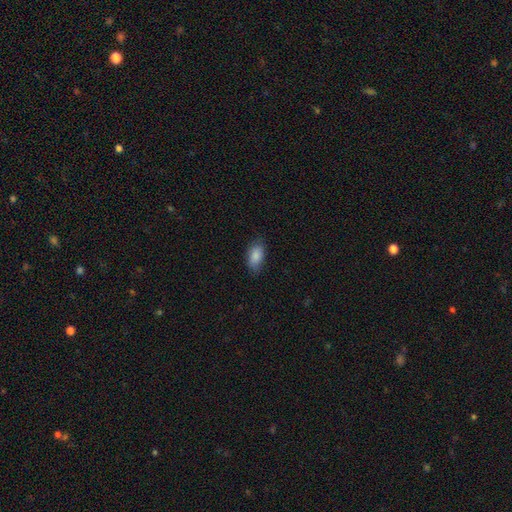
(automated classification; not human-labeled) The model was most divided on "merging": none: 77%, minor disturbance: 18%, major disturbance: 4%, merger: 1%. More confident: how rounded — in between (91%); smooth or featured — smooth (87%).